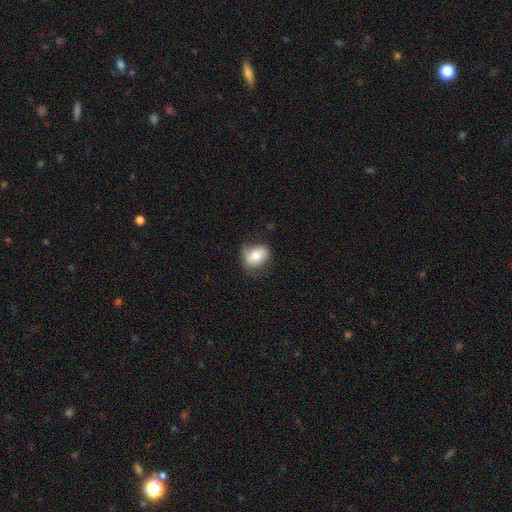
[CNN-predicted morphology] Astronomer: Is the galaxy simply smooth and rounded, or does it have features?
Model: smooth — 73%.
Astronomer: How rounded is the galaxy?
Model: in between — 57% (runner-up: round, 42%).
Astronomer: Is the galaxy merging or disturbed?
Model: none — 65%.